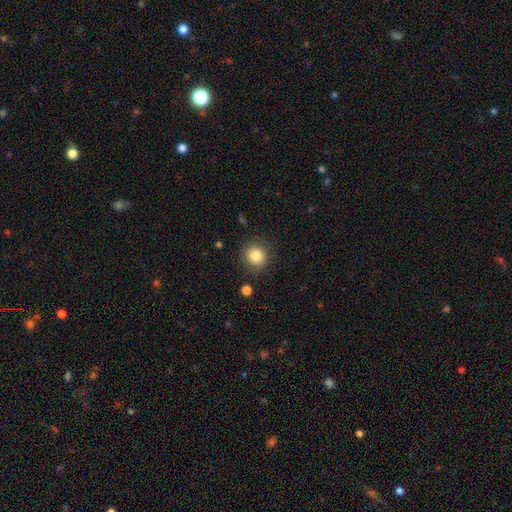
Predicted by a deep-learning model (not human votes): Morphology: type=smooth (85%); roundness=round (86%); merging=none (86%).